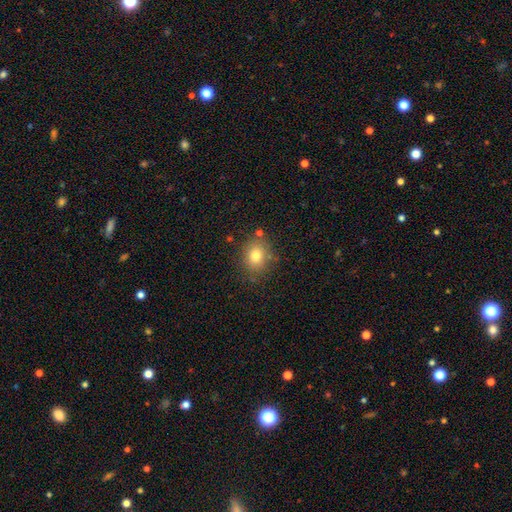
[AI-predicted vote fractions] Smooth or featured: smooth — 78% (star or artifact — 12%)
How rounded: round — 57% (in between — 42%)
Merging: none — 80% (minor disturbance — 13%)